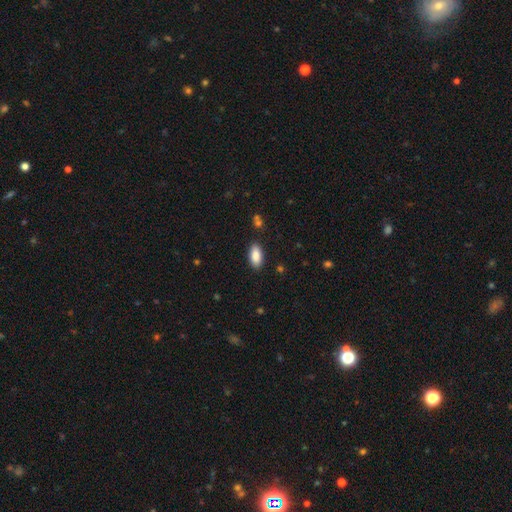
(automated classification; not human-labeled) The model was most divided on "merging": none: 87%, minor disturbance: 9%, major disturbance: 2%, merger: 2%. More confident: how rounded — in between (90%); smooth or featured — smooth (88%).